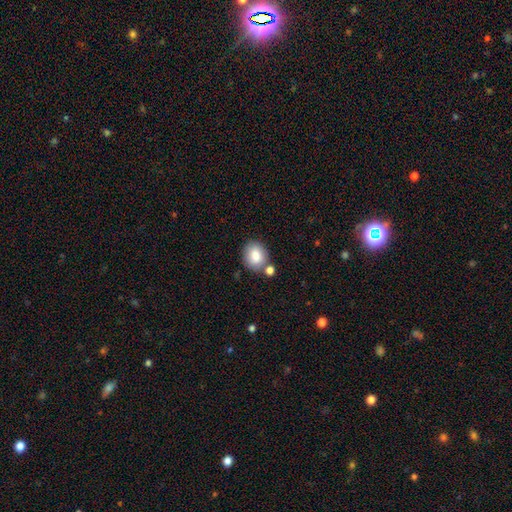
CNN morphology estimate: Smooth or featured: smooth — 81% (featured or disk — 11%)
How rounded: round — 58% (in between — 41%)
Merging: none — 70% (merger — 14%)